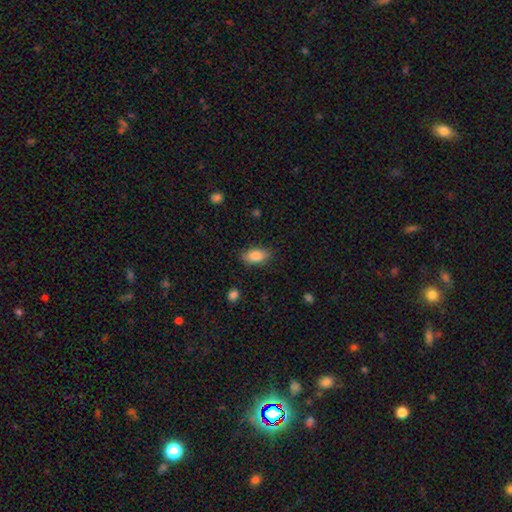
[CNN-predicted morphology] smooth 84%, featured or disk 8%, star or artifact 8%. Down the decision tree: how rounded — in between (90%); merging — none (83%).